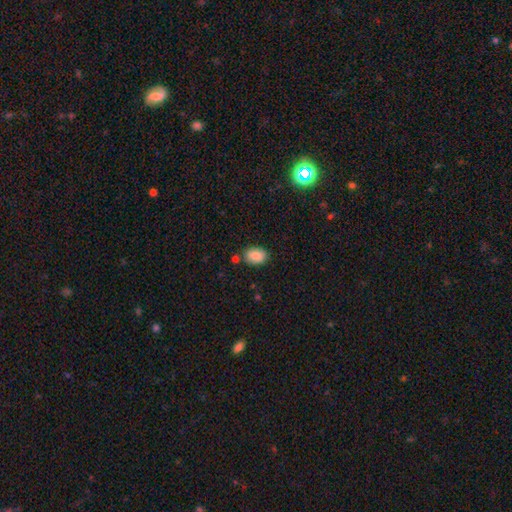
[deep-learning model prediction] Morphology: type=smooth (86%); roundness=in between (77%); merging=none (80%).